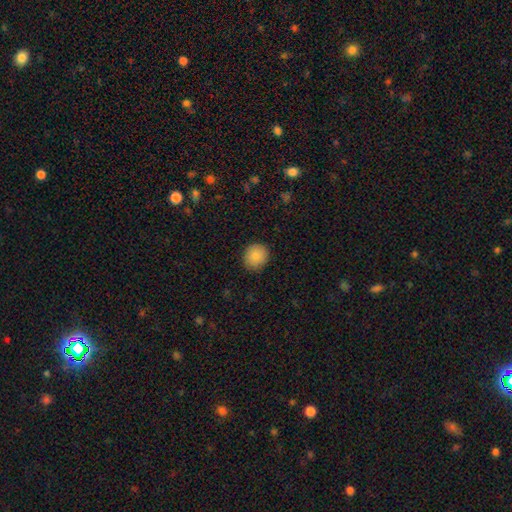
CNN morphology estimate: A smooth galaxy with no disk features (88%) that is round (83%).

Vote fractions:
- Smooth or featured? smooth: 88% / star or artifact: 8% / featured or disk: 4%
- How rounded? round: 83% / in between: 17% / cigar-shaped: 1%
- Merging? none: 89% / minor disturbance: 8% / major disturbance: 2% / merger: 1%